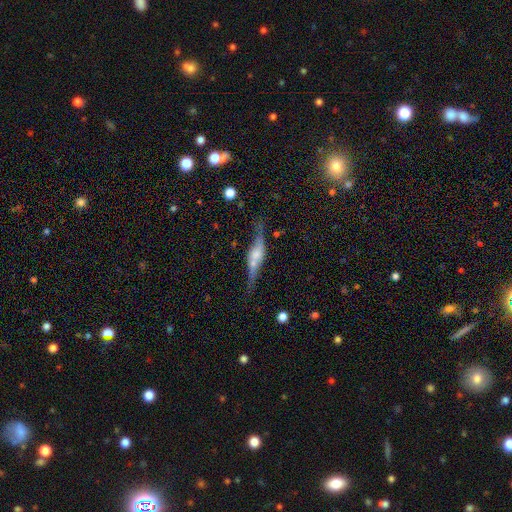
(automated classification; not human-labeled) This is likely a featured or disk galaxy (70%). It is clearly viewed edge-on (89%). Edge-on bulge: likely rounded (75%). Merging: likely none (64%).